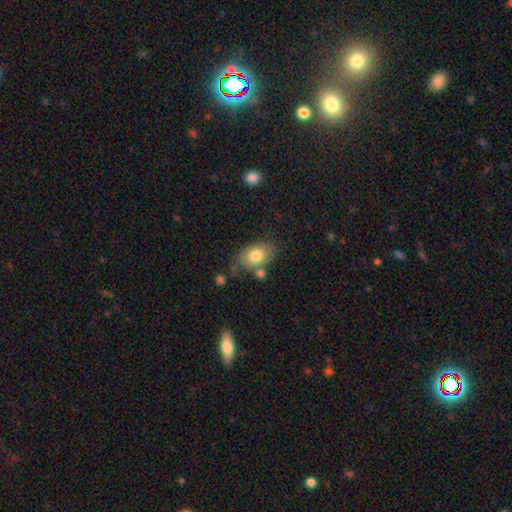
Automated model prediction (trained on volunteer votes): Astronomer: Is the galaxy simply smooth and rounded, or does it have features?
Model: smooth — 77%.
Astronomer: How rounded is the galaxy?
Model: in between — 83%.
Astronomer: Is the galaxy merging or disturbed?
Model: none — 60%.